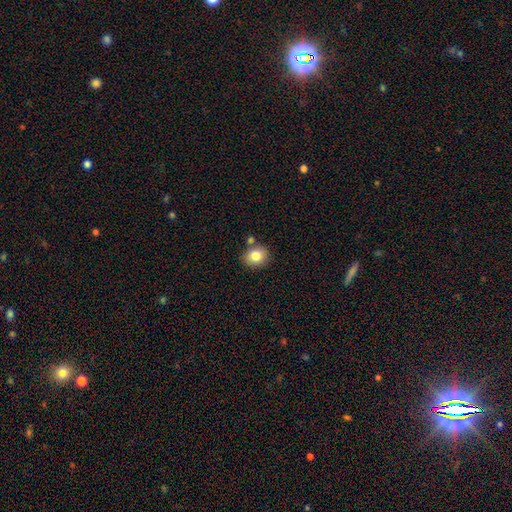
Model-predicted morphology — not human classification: Smooth or featured? smooth (82%)
How rounded? round (64%)
Merging? none (76%)